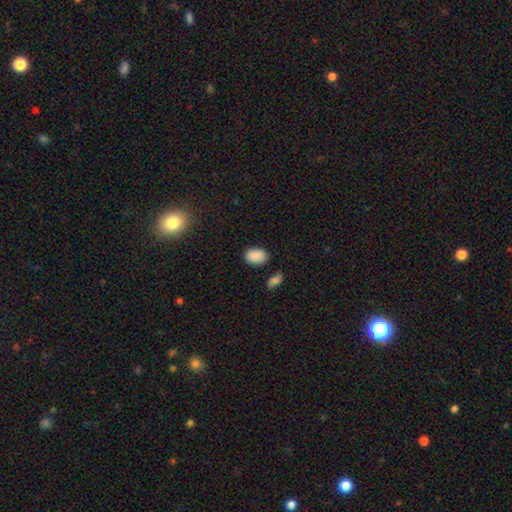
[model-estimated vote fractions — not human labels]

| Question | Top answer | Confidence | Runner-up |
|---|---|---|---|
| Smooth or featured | smooth | 87% | star or artifact (8%) |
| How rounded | in between | 83% | round (16%) |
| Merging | none | 77% | minor disturbance (15%) |